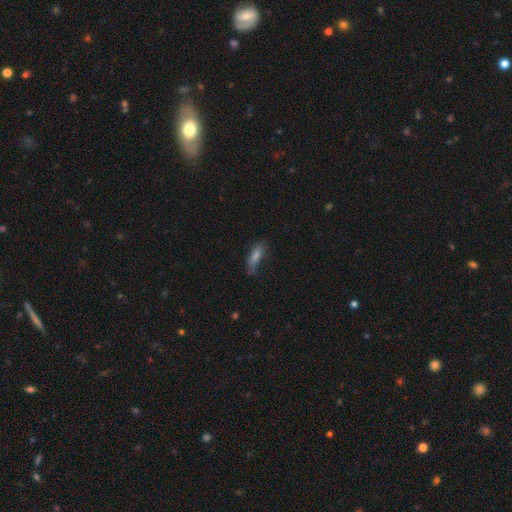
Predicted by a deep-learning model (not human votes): Q: Smooth or featured?
A: smooth (66%); runner-up: featured or disk (21%)
Q: How rounded?
A: in between (51%); runner-up: cigar-shaped (46%)
Q: Merging?
A: none (55%); runner-up: minor disturbance (29%)